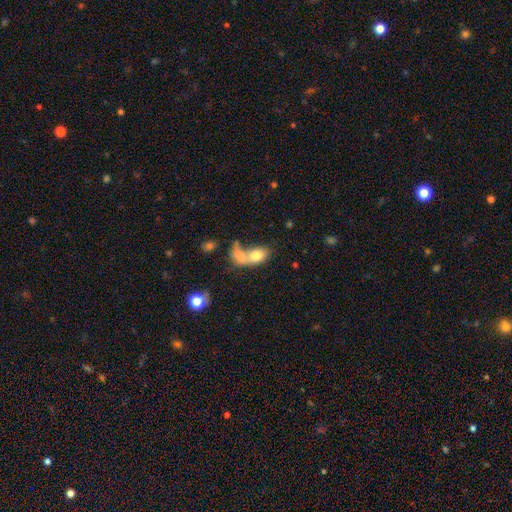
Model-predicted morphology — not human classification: smooth_or_featured: smooth (p=0.74) [alt: featured or disk p=0.17]
how_rounded: in between (p=0.80) [alt: round p=0.17]
merging: merger (p=0.70) [alt: none p=0.17]